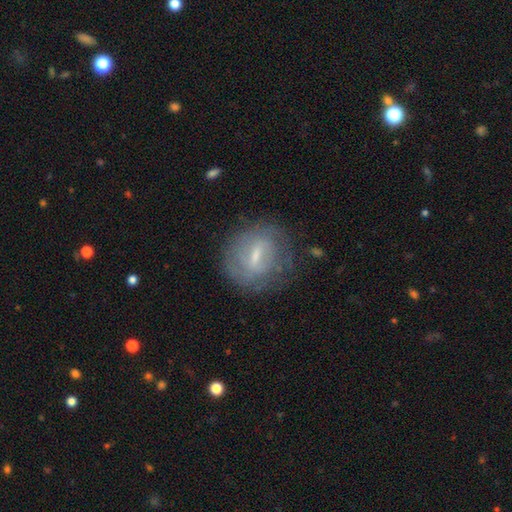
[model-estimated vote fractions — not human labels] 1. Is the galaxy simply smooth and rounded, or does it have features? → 58% featured or disk, 33% smooth, 9% star or artifact.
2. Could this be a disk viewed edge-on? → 91% no, 9% yes.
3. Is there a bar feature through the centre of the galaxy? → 52% weak, 34% strong, 14% no.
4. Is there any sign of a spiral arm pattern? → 52% yes, 48% no.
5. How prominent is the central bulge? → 53% small, 33% moderate, 10% none, 2% large, 1% dominant.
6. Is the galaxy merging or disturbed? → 75% none, 16% minor disturbance, 7% major disturbance, 2% merger.